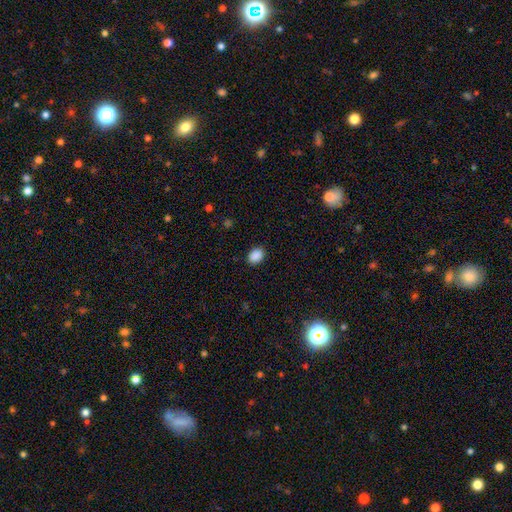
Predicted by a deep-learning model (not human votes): Q: Smooth or featured?
A: smooth (89%); runner-up: star or artifact (9%)
Q: How rounded?
A: in between (70%); runner-up: round (29%)
Q: Merging?
A: none (89%); runner-up: minor disturbance (8%)